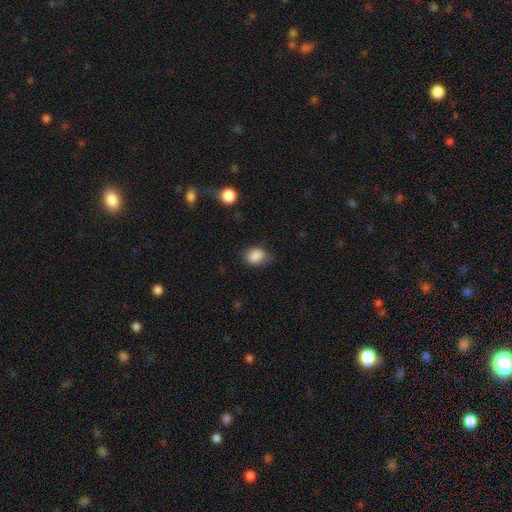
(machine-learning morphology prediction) type=smooth (87%); roundness=in between (52%); merging=none (67%).